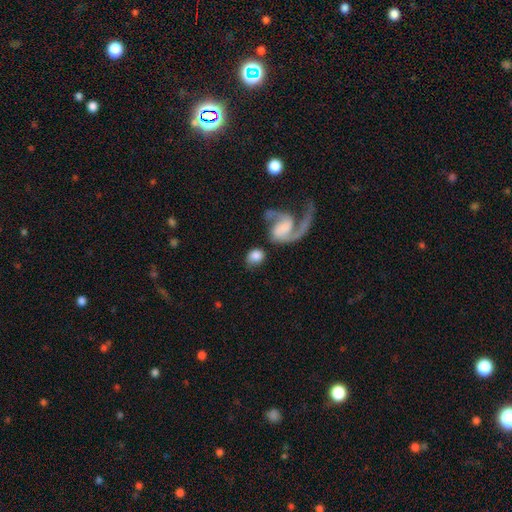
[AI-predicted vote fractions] smooth 70%, featured or disk 23%, star or artifact 7%. Down the decision tree: how rounded — round (59%); merging — none (55%).